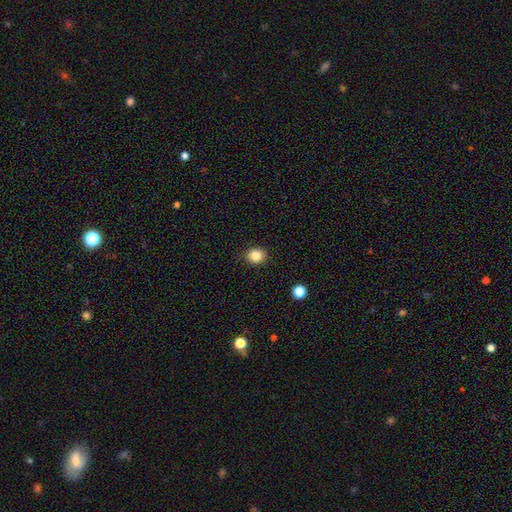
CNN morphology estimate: Smooth or featured: smooth — 85% (star or artifact — 11%)
How rounded: round — 75% (in between — 25%)
Merging: none — 90% (minor disturbance — 7%)